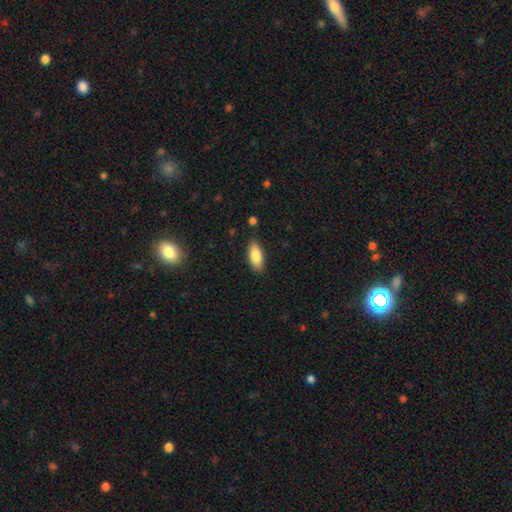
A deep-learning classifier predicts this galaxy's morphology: Smooth or featured?
  - smooth: 82% *
  - featured or disk: 11%
  - star or artifact: 7%
How rounded?
  - in between: 83% *
  - cigar-shaped: 15%
  - round: 2%
Merging?
  - none: 86% *
  - minor disturbance: 10%
  - major disturbance: 2%
  - merger: 1%